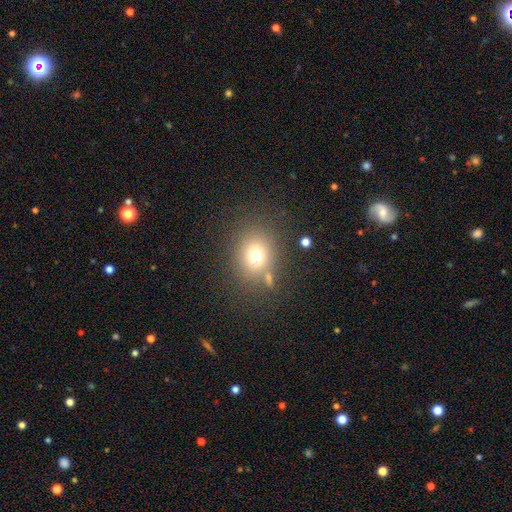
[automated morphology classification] Smooth or featured? Predicted: smooth (p=0.71). How rounded? Predicted: round (p=0.67). Merging? Predicted: none (p=0.73).